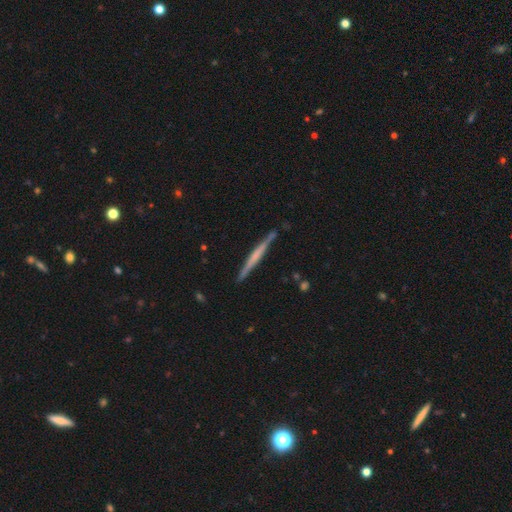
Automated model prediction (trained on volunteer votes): Smooth or featured? featured or disk (61%)
Edge-on disk? yes (98%)
Edge-on bulge? none (60%)
Merging? none (89%)